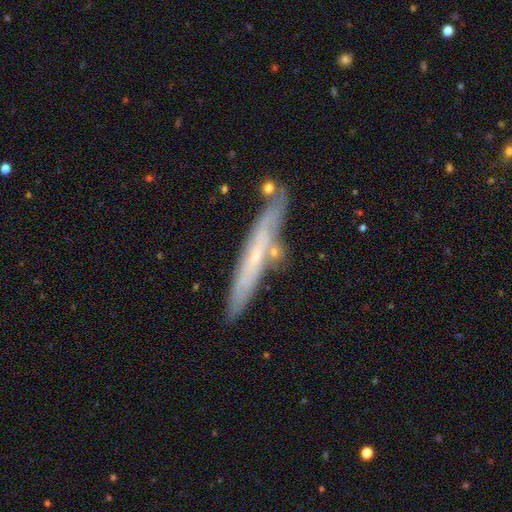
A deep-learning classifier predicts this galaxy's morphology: Smooth or featured: featured or disk — 62% (smooth — 31%)
Edge-on disk: yes — 81% (no — 19%)
Merging: none — 75% (minor disturbance — 15%)